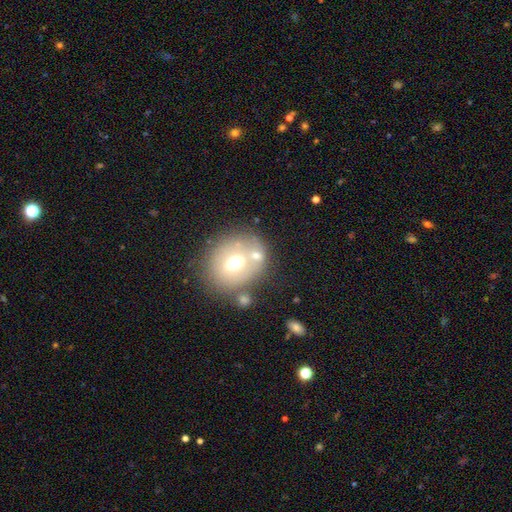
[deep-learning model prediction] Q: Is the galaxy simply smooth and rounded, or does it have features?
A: smooth — 55%.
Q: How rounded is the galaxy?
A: round — 59%.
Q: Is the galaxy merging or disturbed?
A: none — 53%.